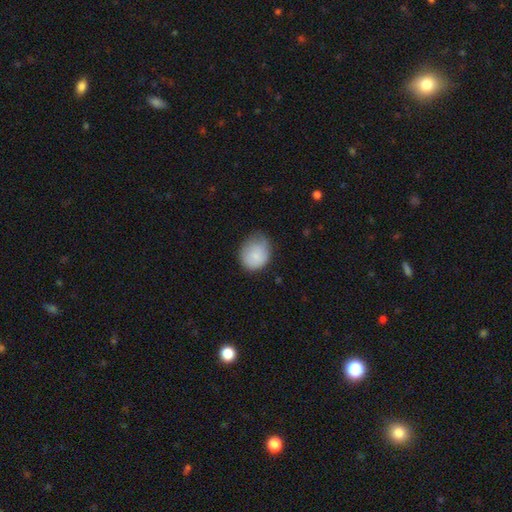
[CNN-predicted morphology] smooth-or-featured: smooth: 84% | featured or disk: 9% | star or artifact: 7%
  how-rounded: round: 65% | in between: 34% | cigar-shaped: 1%
  merging: none: 48% | minor disturbance: 40% | major disturbance: 10% | merger: 1%